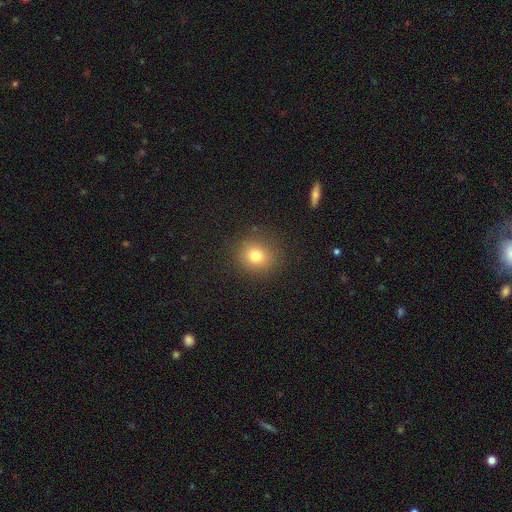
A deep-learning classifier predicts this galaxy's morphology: Smooth or featured: smooth — 78% (star or artifact — 14%)
How rounded: round — 84% (in between — 15%)
Merging: none — 87% (minor disturbance — 8%)